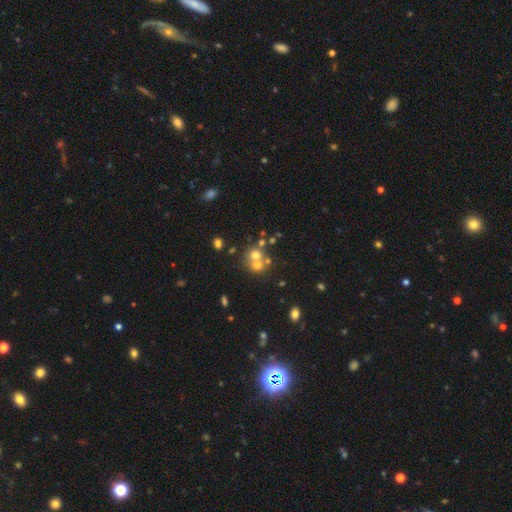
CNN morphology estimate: type=smooth (60%); roundness=round (80%); merging=merger (50%).